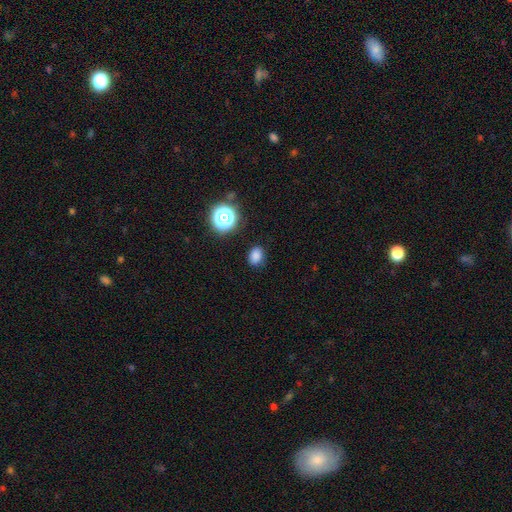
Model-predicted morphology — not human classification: smooth-or-featured: smooth: 81% | star or artifact: 14% | featured or disk: 5%
  how-rounded: in between: 59% | round: 40% | cigar-shaped: 1%
  merging: none: 84% | minor disturbance: 11% | major disturbance: 3% | merger: 2%